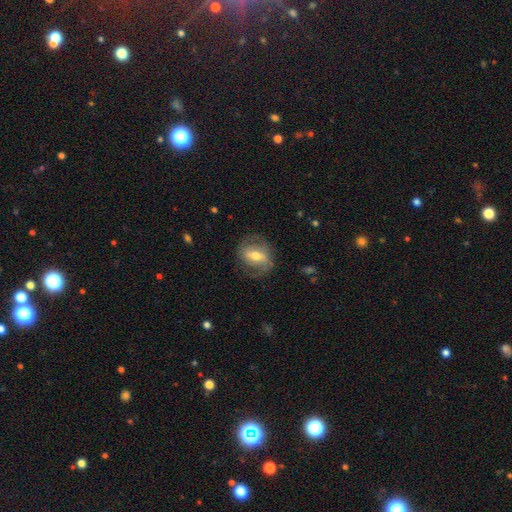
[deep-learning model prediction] This is possibly a featured or disk galaxy (59%). It is clearly not viewed edge-on (89%). Bar: marginally strong (45%). Spiral arm pattern: likely yes (62%). Central bulge: likely moderate (64%). Merging: likely none (73%).